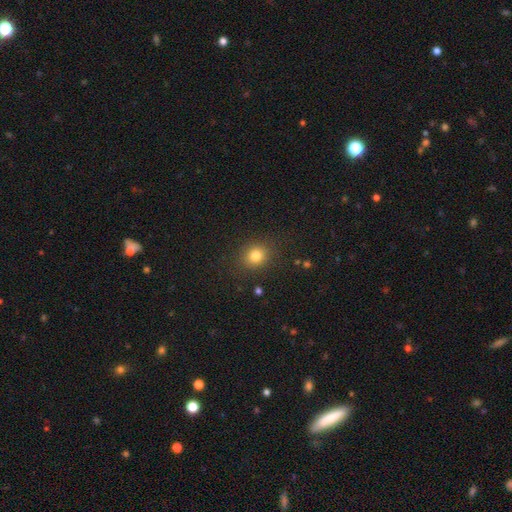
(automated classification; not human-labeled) This appears to be a smooth galaxy with no disk features (81%) that is round (69%). Merging: none (86%).